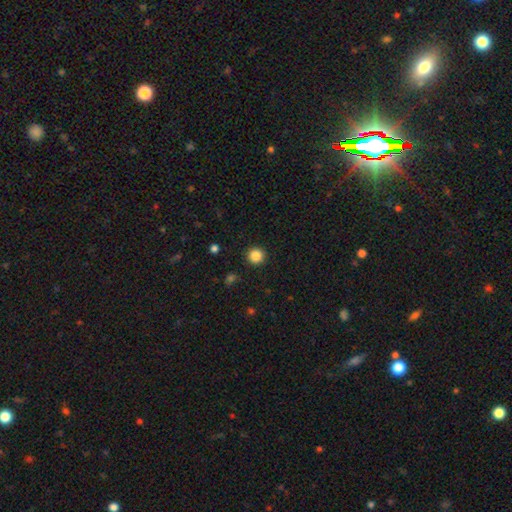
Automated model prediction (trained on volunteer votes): Smooth or featured? smooth (86%)
How rounded? round (95%)
Merging? none (93%)